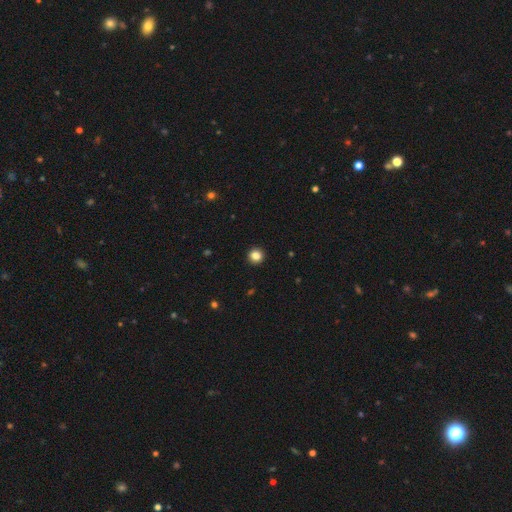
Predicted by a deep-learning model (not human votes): Smooth or featured? smooth (85%)
How rounded? round (95%)
Merging? none (94%)